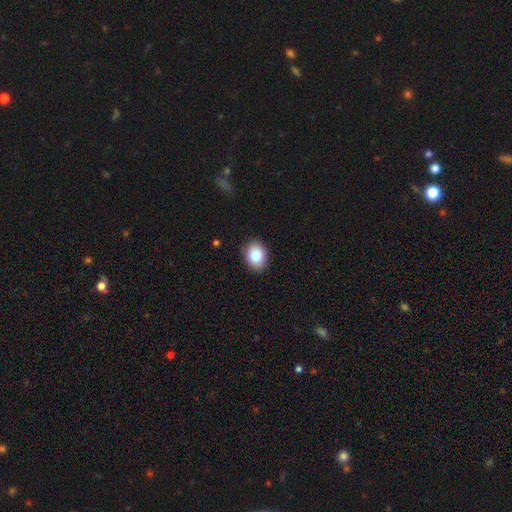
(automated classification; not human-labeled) Smooth or featured? Predicted: smooth (p=0.84). How rounded? Predicted: in between (p=0.60). Merging? Predicted: none (p=0.87).